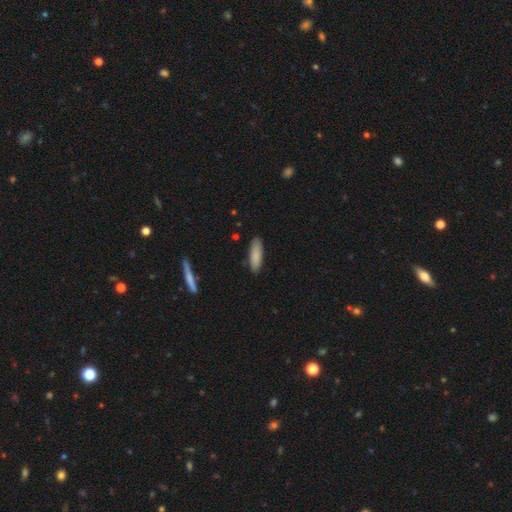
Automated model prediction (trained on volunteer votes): Morphology: type=smooth (85%); roundness=cigar-shaped (51%); merging=none (86%).